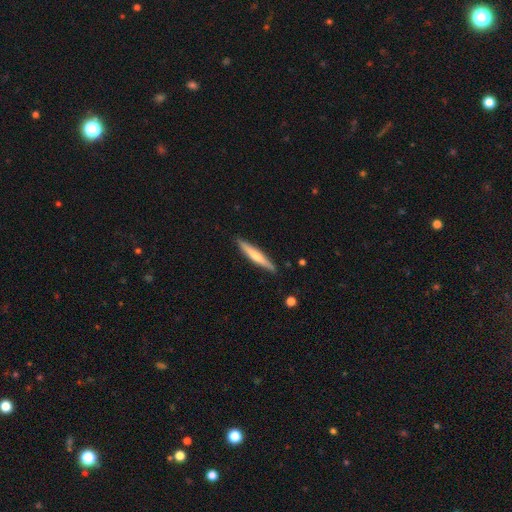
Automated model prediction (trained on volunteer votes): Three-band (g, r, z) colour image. It shows a smooth galaxy with no disk features (57%) that is cigar-shaped (93%). Merging: none (89%).